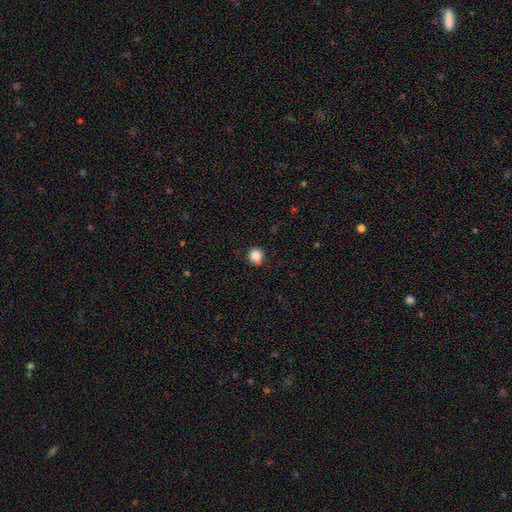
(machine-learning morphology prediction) Smooth or featured: smooth — 86% (star or artifact — 10%)
How rounded: round — 90% (in between — 9%)
Merging: none — 84% (minor disturbance — 12%)